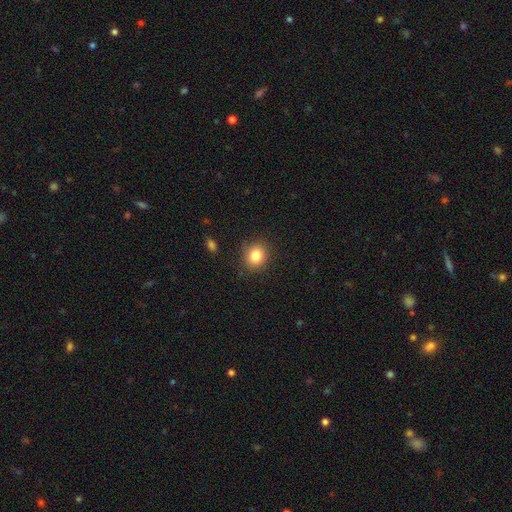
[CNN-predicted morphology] Smooth or featured?
  - smooth: 83% *
  - star or artifact: 10%
  - featured or disk: 7%
How rounded?
  - round: 70% *
  - in between: 29%
  - cigar-shaped: 1%
Merging?
  - none: 87% *
  - minor disturbance: 9%
  - major disturbance: 3%
  - merger: 1%